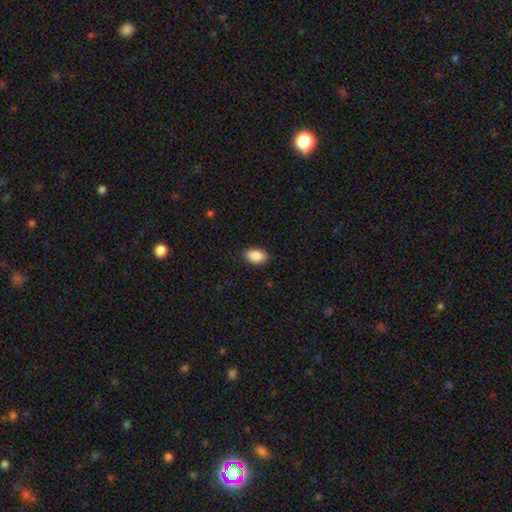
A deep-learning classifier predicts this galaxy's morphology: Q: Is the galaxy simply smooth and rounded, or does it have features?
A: smooth — 90%.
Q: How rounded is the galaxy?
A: in between — 91%.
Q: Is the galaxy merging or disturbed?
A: none — 89%.